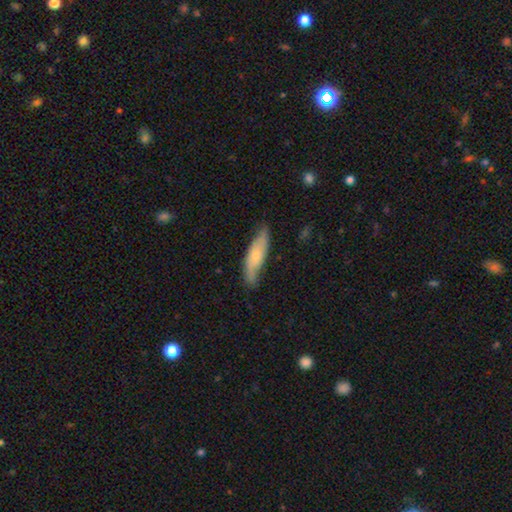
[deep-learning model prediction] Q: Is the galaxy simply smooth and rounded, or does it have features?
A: smooth — 55%.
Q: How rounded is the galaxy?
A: cigar-shaped — 59%.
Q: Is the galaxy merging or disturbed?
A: none — 68%.